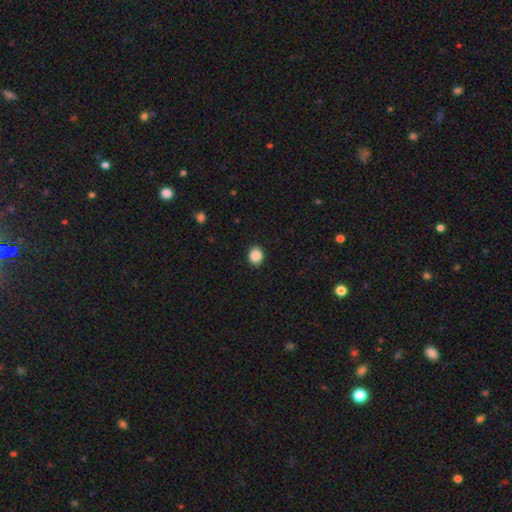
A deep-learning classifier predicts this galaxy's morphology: Smooth or featured?
  - smooth: 88% *
  - star or artifact: 9%
  - featured or disk: 3%
How rounded?
  - round: 70% *
  - in between: 29%
  - cigar-shaped: 1%
Merging?
  - none: 91% *
  - minor disturbance: 7%
  - major disturbance: 2%
  - merger: 1%